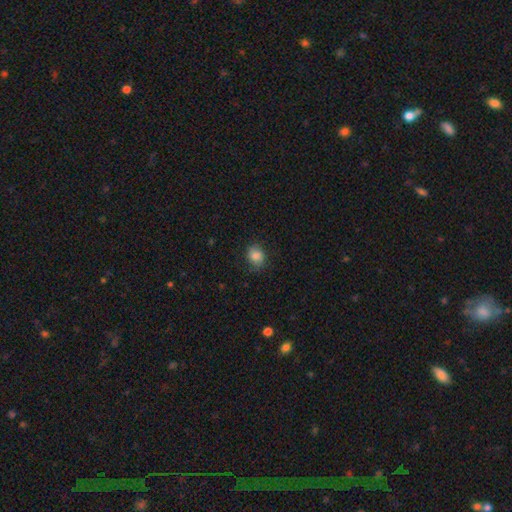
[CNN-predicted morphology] Smooth or featured? Predicted: smooth (p=0.79). How rounded? Predicted: round (p=0.61). Merging? Predicted: none (p=0.77).